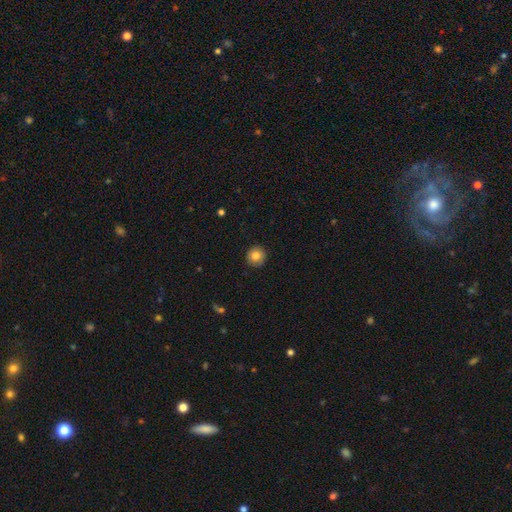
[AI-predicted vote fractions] Morphology: type=smooth (82%); roundness=round (94%); merging=none (91%).